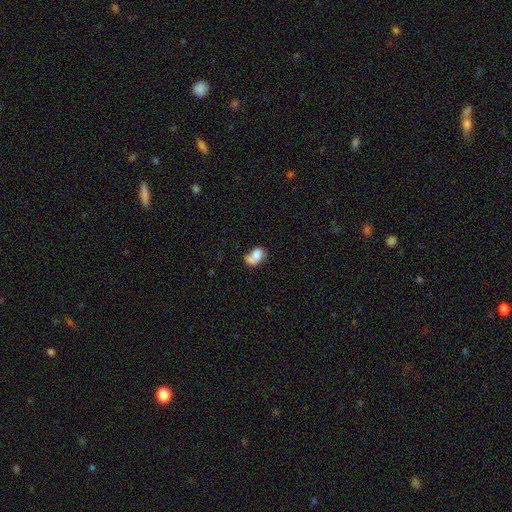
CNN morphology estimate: smooth 67%, featured or disk 24%, star or artifact 9%. Down the decision tree: how rounded — in between (77%); merging — merger (44%).